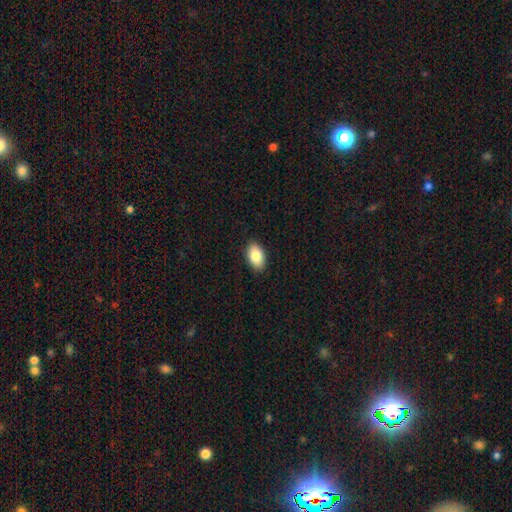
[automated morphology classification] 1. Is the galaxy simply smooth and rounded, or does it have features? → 84% smooth, 9% featured or disk, 7% star or artifact.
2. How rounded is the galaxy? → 91% in between, 7% round, 1% cigar-shaped.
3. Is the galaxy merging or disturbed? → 90% none, 8% minor disturbance, 2% major disturbance, 1% merger.